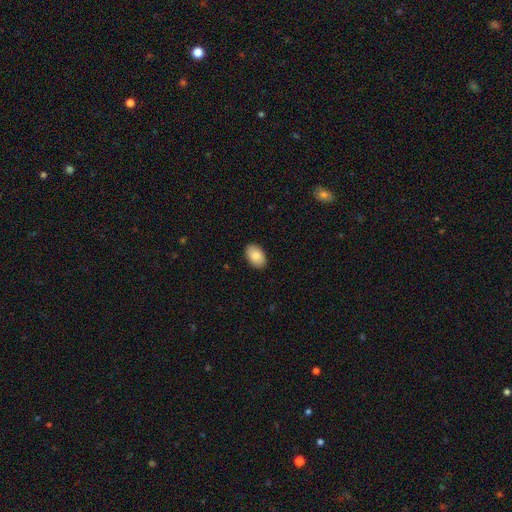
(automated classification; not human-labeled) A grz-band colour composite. It shows a smooth galaxy with no disk features (85%) that is in between round and cigar-shaped (91%). Merging: none (89%).